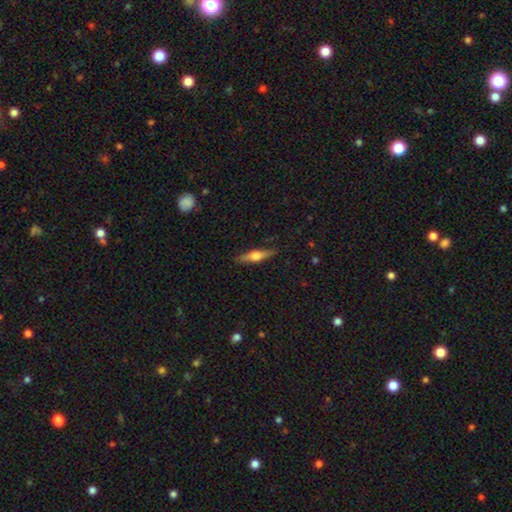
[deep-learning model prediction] This is likely a featured or disk galaxy (60%). It is clearly viewed edge-on (96%). Edge-on bulge: clearly rounded (93%). Merging: clearly none (87%).